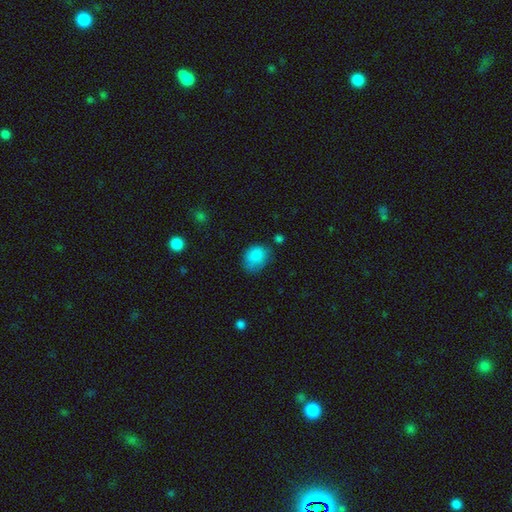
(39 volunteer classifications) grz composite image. It shows a smooth galaxy with no disk features (82%) that is in between round and cigar-shaped (53%). Merging: minor disturbance (56%).